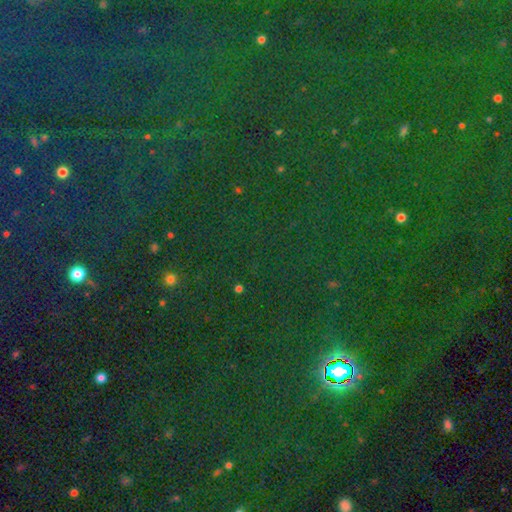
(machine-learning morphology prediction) star or artifact 81%, smooth 11%, featured or disk 8%.